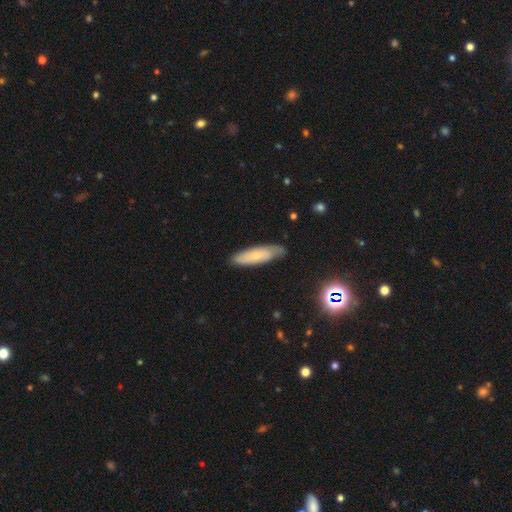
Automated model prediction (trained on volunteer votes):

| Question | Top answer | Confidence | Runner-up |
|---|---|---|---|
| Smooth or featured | smooth | 54% | featured or disk (39%) |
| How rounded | cigar-shaped | 56% | in between (42%) |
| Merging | none | 75% | minor disturbance (20%) |